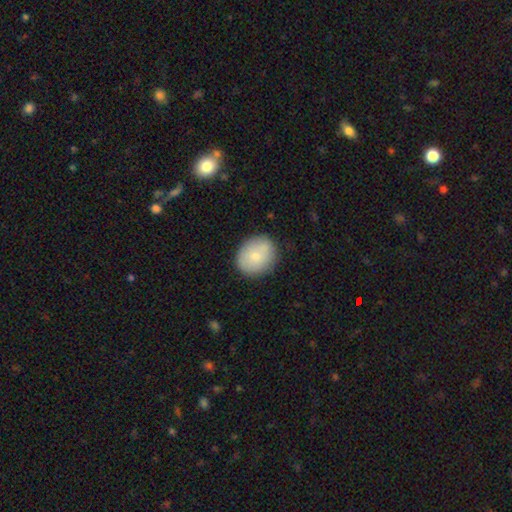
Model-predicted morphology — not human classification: smooth-or-featured: smooth: 77% | featured or disk: 15% | star or artifact: 7%
  how-rounded: round: 66% | in between: 33% | cigar-shaped: 1%
  merging: none: 80% | minor disturbance: 13% | merger: 3% | major disturbance: 3%